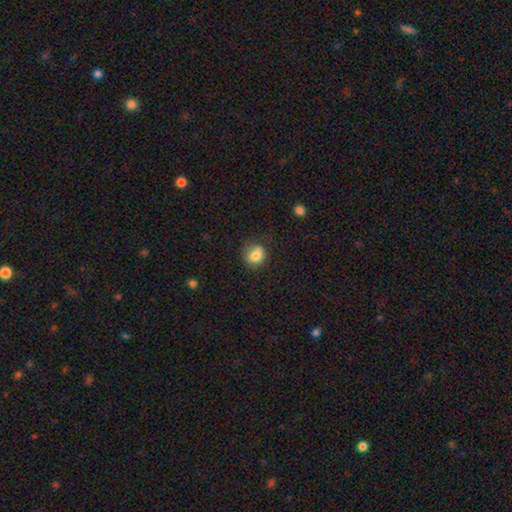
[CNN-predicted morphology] Smooth or featured? smooth (79%)
How rounded? round (70%)
Merging? none (59%)